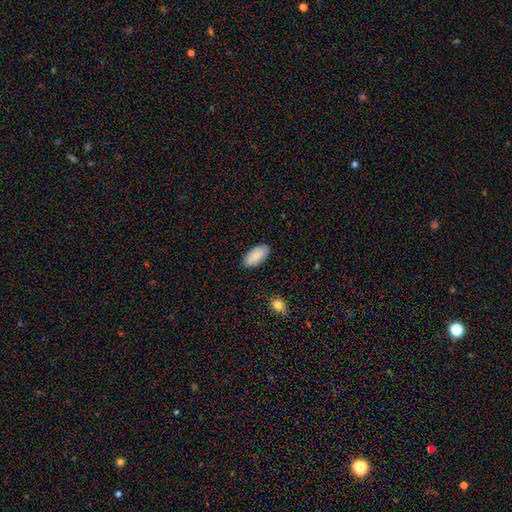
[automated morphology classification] smooth-or-featured: smooth: 88% | featured or disk: 6% | star or artifact: 6%
  how-rounded: in between: 94% | cigar-shaped: 5% | round: 2%
  merging: none: 87% | minor disturbance: 10% | major disturbance: 2% | merger: 1%